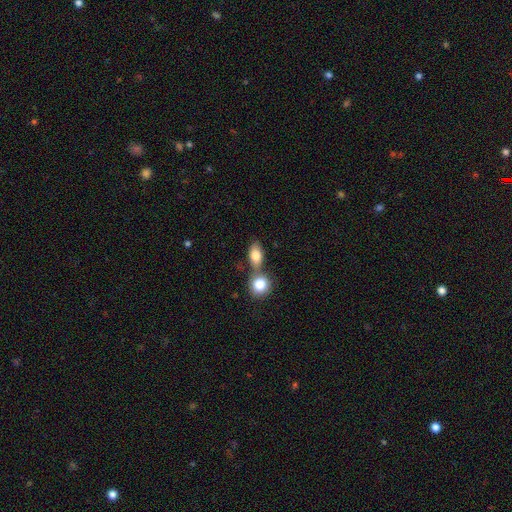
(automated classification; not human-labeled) A smooth galaxy with no disk features (82%) that is in between round and cigar-shaped (78%).

Vote fractions:
- Smooth or featured? smooth: 82% / featured or disk: 10% / star or artifact: 8%
- How rounded? in between: 78% / round: 19% / cigar-shaped: 4%
- Merging? none: 44% / merger: 41% / minor disturbance: 10% / major disturbance: 4%